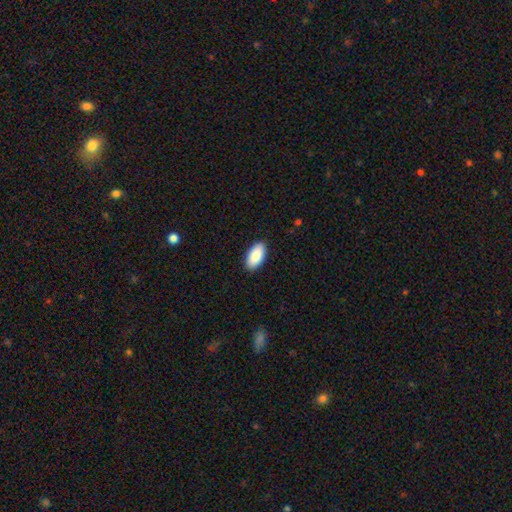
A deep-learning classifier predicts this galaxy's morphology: The model was most divided on "smooth or featured": smooth: 89%, star or artifact: 6%, featured or disk: 6%. More confident: how rounded — in between (95%); merging — none (90%).